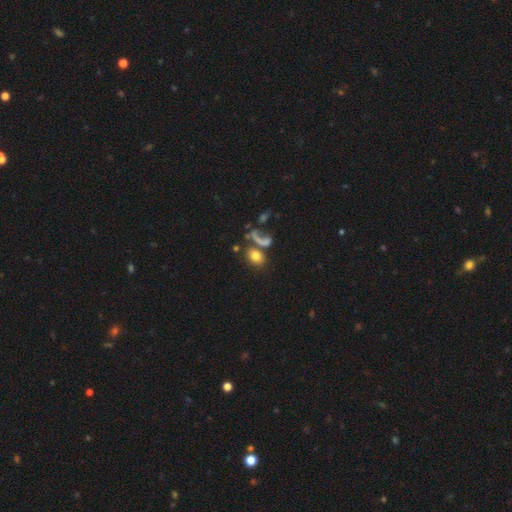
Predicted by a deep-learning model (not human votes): Smooth or featured? smooth (73%)
How rounded? in between (54%)
Merging? none (44%)